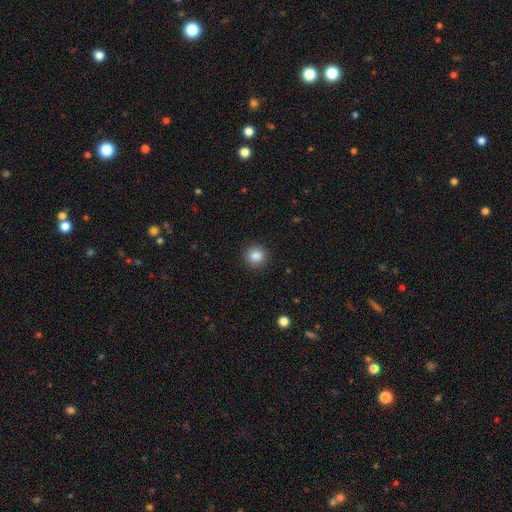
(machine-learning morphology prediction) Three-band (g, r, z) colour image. It shows a smooth galaxy with no disk features (86%) that is round (90%). Merging: none (90%).